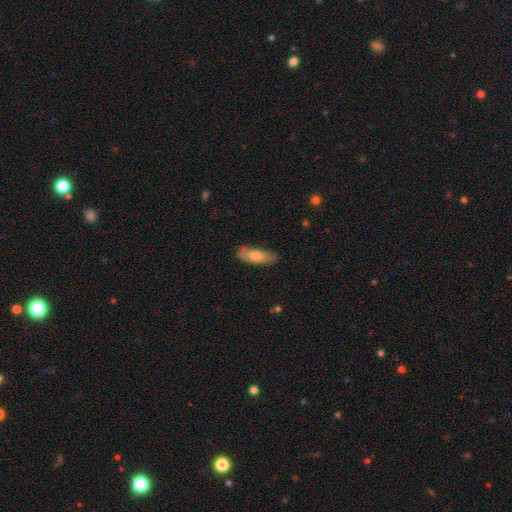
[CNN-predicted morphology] Q: Smooth or featured?
A: smooth (68%); runner-up: featured or disk (26%)
Q: How rounded?
A: cigar-shaped (50%); runner-up: in between (48%)
Q: Merging?
A: none (81%); runner-up: minor disturbance (15%)